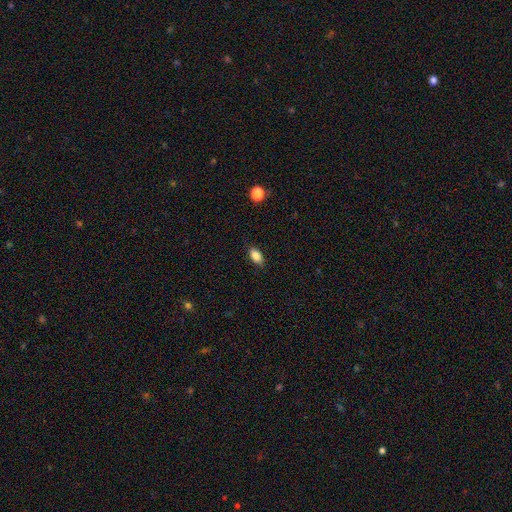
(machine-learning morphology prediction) smooth-or-featured: smooth: 85% | star or artifact: 8% | featured or disk: 7%
  how-rounded: in between: 89% | cigar-shaped: 6% | round: 5%
  merging: none: 86% | minor disturbance: 11% | major disturbance: 2% | merger: 1%